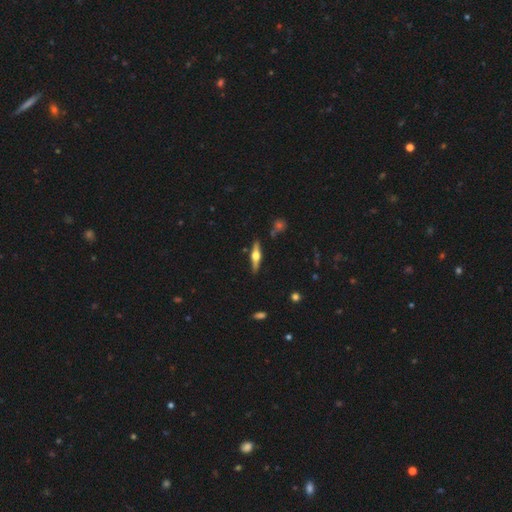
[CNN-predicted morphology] featured or disk 70%, smooth 24%, star or artifact 6%. Down the decision tree: edge-on disk — yes (96%); edge-on bulge — rounded (94%); merging — none (86%).